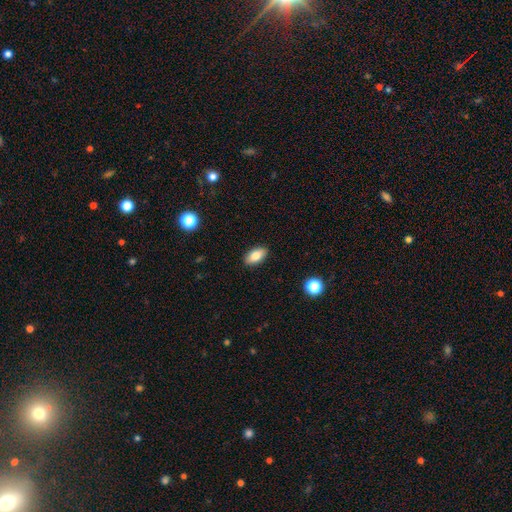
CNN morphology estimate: smooth 81%, featured or disk 11%, star or artifact 8%. Down the decision tree: how rounded — in between (90%); merging — none (90%).